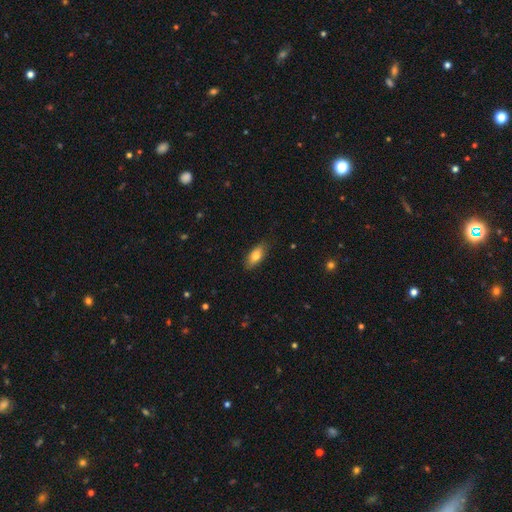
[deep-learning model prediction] A smooth galaxy with no disk features (78%) that is in between round and cigar-shaped (83%).

Vote fractions:
- Smooth or featured? smooth: 78% / featured or disk: 15% / star or artifact: 7%
- How rounded? in between: 83% / cigar-shaped: 14% / round: 3%
- Merging? none: 84% / minor disturbance: 13% / major disturbance: 2% / merger: 1%